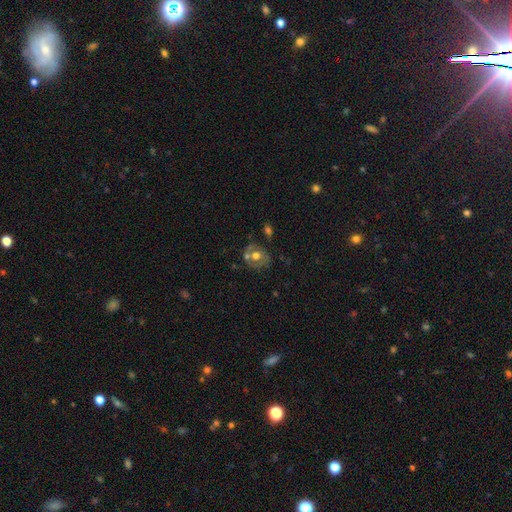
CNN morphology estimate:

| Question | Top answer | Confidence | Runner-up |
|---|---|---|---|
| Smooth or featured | featured or disk | 48% | smooth (43%) |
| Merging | none | 53% | merger (21%) |